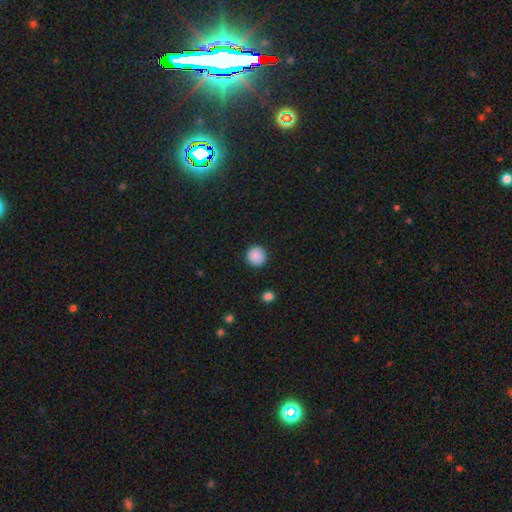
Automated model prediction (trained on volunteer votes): A smooth galaxy with no disk features (89%) that is round (95%). Merging: none (92%).